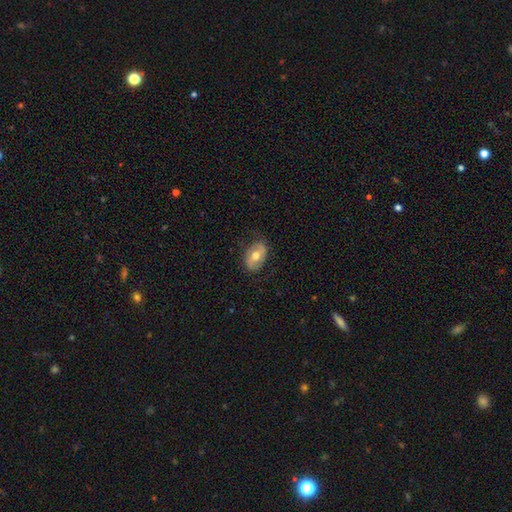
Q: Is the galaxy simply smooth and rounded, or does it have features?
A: smooth — 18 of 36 (50%).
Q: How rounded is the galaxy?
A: in between — 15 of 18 (83%).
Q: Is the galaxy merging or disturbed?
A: none — 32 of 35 (91%).